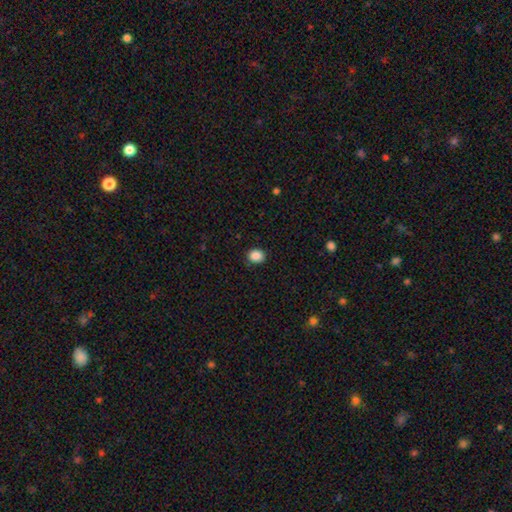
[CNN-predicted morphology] A smooth galaxy with no disk features (87%) that is round (69%). Merging: none (88%).